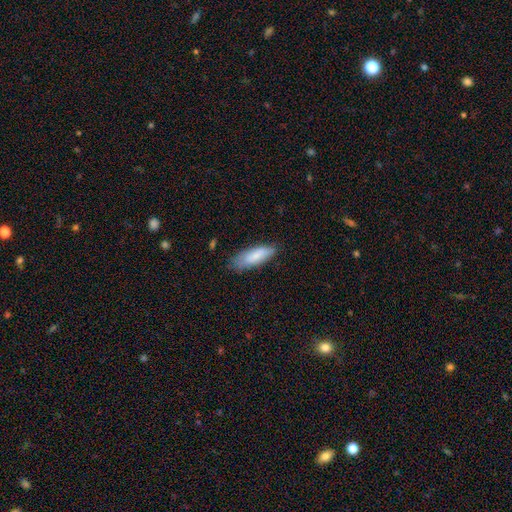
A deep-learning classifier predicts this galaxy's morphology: Smooth or featured: smooth — 81% (featured or disk — 13%)
How rounded: in between — 62% (cigar-shaped — 37%)
Merging: none — 69% (minor disturbance — 25%)